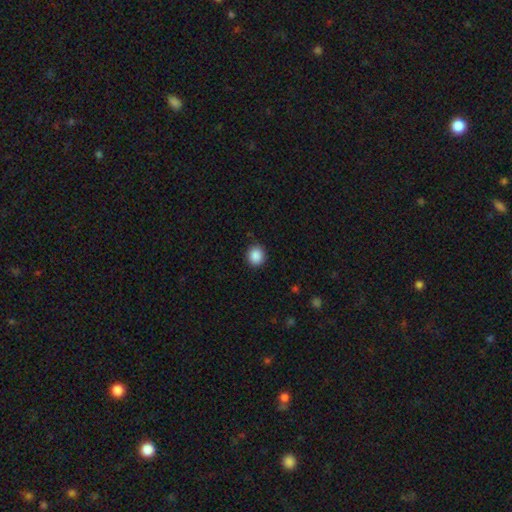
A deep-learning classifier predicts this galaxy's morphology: Q: Smooth or featured?
A: smooth (88%); runner-up: star or artifact (9%)
Q: How rounded?
A: round (83%); runner-up: in between (16%)
Q: Merging?
A: none (88%); runner-up: minor disturbance (9%)